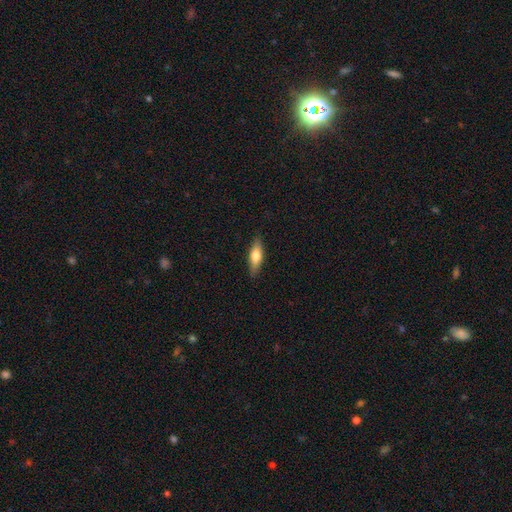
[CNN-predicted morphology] type=smooth (62%); roundness=in between (49%); merging=none (87%).